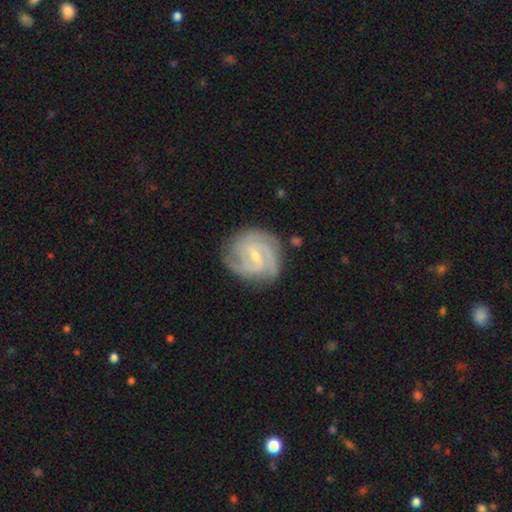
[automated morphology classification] Smooth or featured: featured or disk — 87% (smooth — 8%)
Edge-on disk: no — 98% (yes — 2%)
Bar: weak — 59% (no — 21%)
Spiral arms: yes — 97% (no — 3%)
Spiral winding: tight — 62% (medium — 32%)
Spiral arm count: 3 — 34% (2 — 30%)
Bulge size: small — 64% (moderate — 33%)
Merging: none — 78% (minor disturbance — 16%)